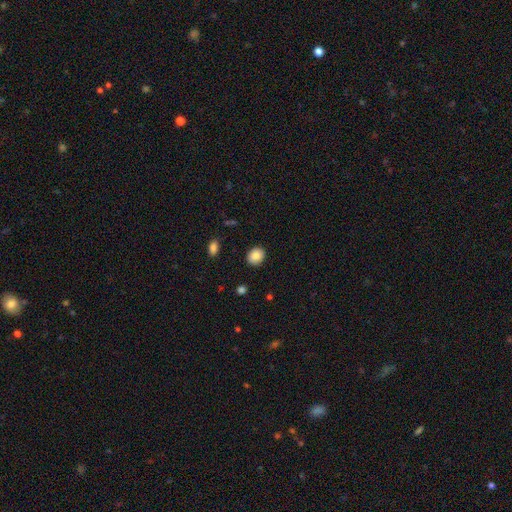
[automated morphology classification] Smooth or featured? smooth (87%)
How rounded? round (61%)
Merging? none (89%)